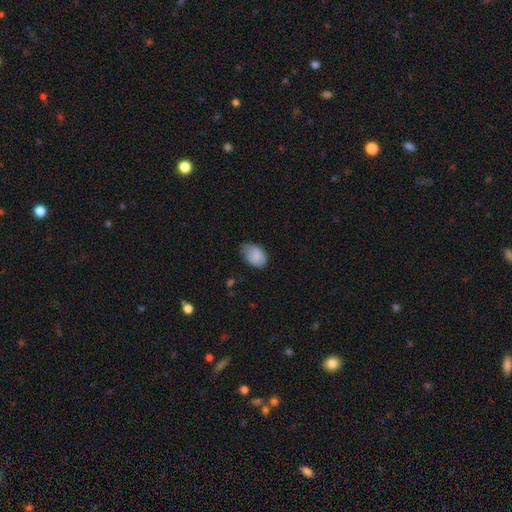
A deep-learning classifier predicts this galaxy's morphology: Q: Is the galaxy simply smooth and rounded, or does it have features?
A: smooth — 83%.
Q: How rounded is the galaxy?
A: in between — 86%.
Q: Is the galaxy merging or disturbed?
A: none — 55%.